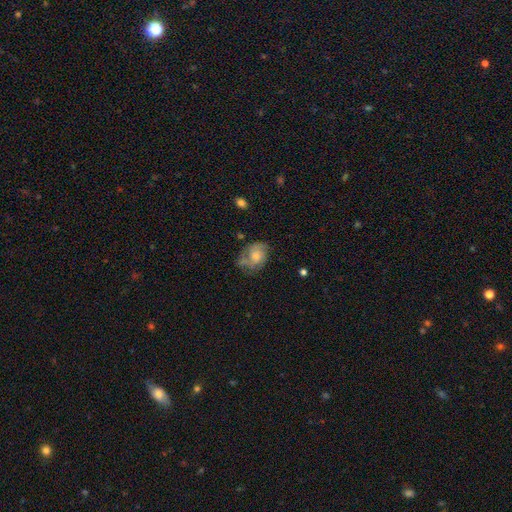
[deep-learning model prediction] This appears to be a featured or disk galaxy (58%) with no bar (74%), spiral arms (79%) and a moderate central bulge (49%). Merging: none (59%).